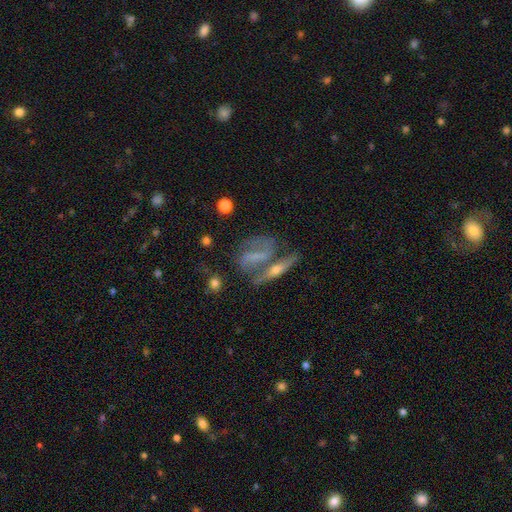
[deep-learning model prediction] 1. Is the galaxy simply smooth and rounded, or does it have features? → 64% featured or disk, 26% smooth, 11% star or artifact.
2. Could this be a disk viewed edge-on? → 67% no, 33% yes.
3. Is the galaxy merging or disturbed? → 45% none, 30% merger, 15% minor disturbance, 11% major disturbance.